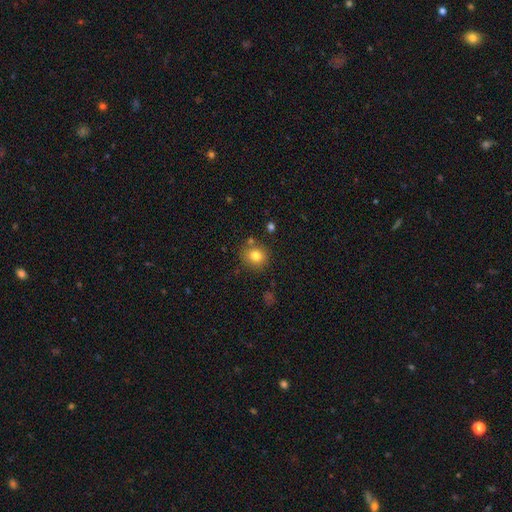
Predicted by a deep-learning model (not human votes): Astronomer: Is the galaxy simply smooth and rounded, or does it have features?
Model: smooth — 80%.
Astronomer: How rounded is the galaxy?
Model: round — 84%.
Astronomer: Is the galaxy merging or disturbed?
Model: none — 81%.